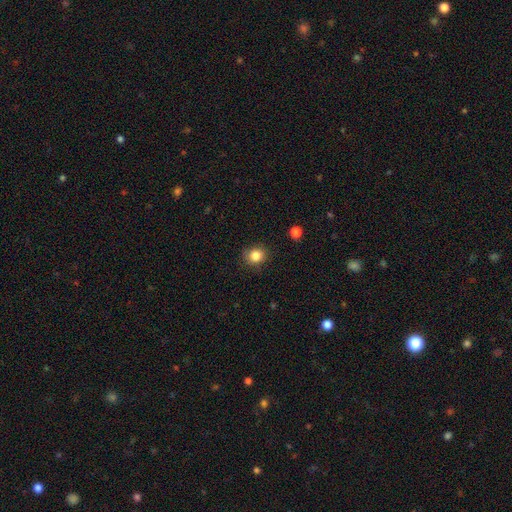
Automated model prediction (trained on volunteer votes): A smooth galaxy with no disk features (84%) that is round (78%).

Vote fractions:
- Smooth or featured? smooth: 84% / star or artifact: 11% / featured or disk: 5%
- How rounded? round: 78% / in between: 21% / cigar-shaped: 1%
- Merging? none: 86% / minor disturbance: 10% / major disturbance: 3% / merger: 1%